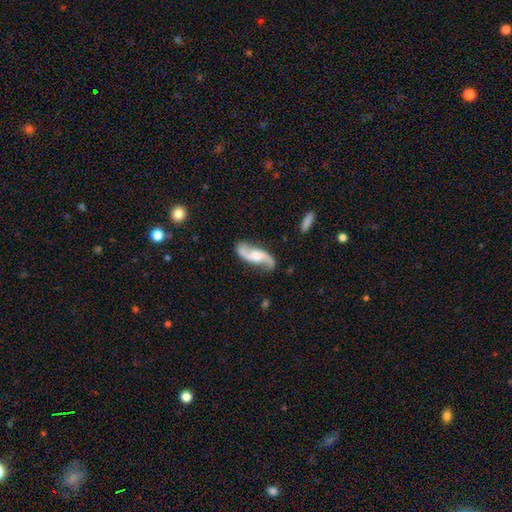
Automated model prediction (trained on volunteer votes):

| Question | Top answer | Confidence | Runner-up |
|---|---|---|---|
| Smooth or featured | featured or disk | 83% | smooth (12%) |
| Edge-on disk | no | 94% | yes (6%) |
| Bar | no | 53% | weak (38%) |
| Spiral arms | yes | 96% | no (4%) |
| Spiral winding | loose | 74% | medium (21%) |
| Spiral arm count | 2 | 93% | can't tell (2%) |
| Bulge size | moderate | 51% | small (25%) |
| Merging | none | 79% | minor disturbance (14%) |